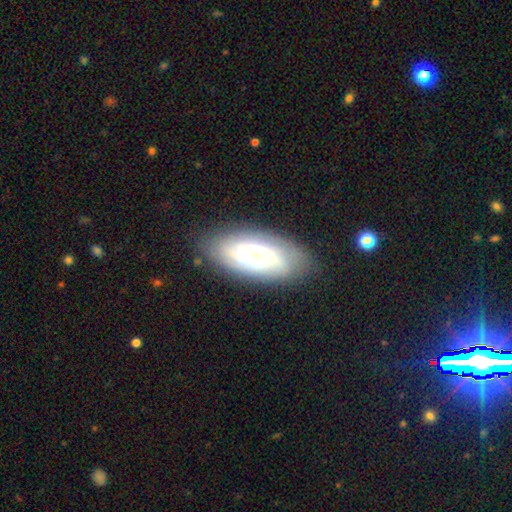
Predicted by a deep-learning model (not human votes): Smooth or featured? Predicted: featured or disk (p=0.63). Edge-on disk? Predicted: no (p=0.89). Bar? Predicted: no (p=0.63). Spiral arms? Predicted: yes (p=0.87). Bulge size? Predicted: small (p=0.38). Merging? Predicted: none (p=0.77).